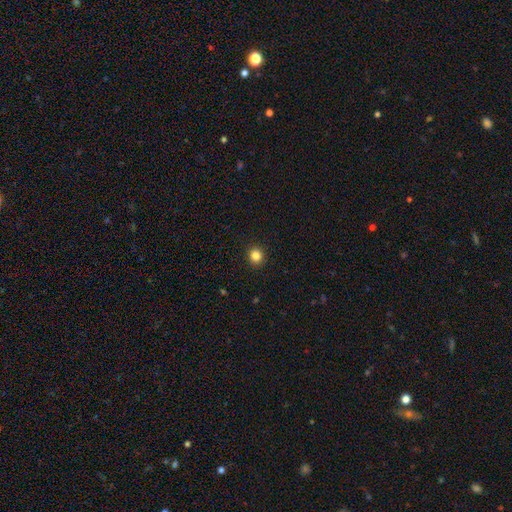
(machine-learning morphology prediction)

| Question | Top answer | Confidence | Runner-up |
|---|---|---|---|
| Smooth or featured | smooth | 84% | star or artifact (12%) |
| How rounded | round | 90% | in between (9%) |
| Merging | none | 93% | minor disturbance (5%) |